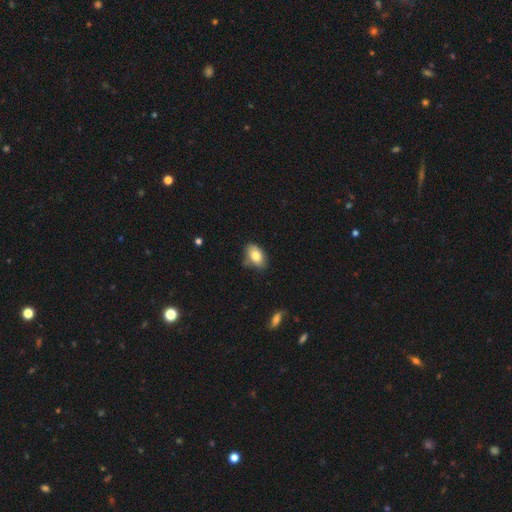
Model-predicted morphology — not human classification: A smooth galaxy with no disk features (80%) that is in between round and cigar-shaped (88%). Merging: none (66%).